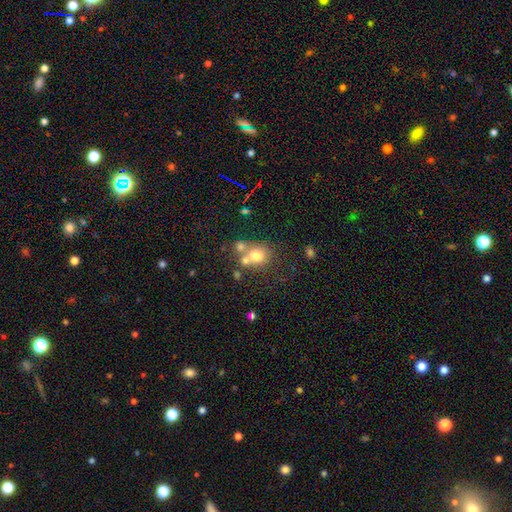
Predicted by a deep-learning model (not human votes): The model was most divided on "merging": merger: 44%, none: 41%, minor disturbance: 10%, major disturbance: 6%. More confident: how rounded — round (78%); smooth or featured — smooth (68%).